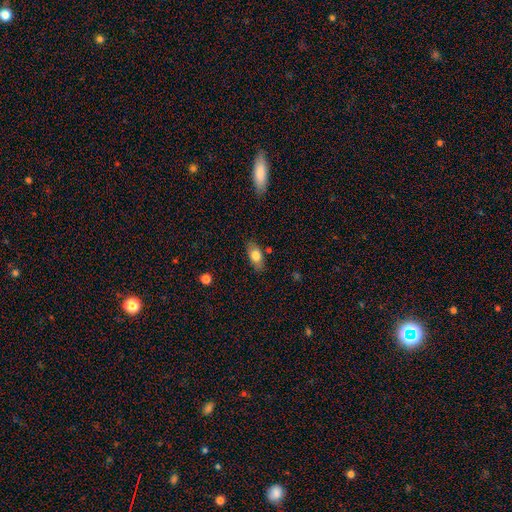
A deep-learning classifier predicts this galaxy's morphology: smooth-or-featured: smooth: 76% | featured or disk: 17% | star or artifact: 7%
  how-rounded: in between: 87% | cigar-shaped: 7% | round: 6%
  merging: none: 81% | minor disturbance: 14% | major disturbance: 3% | merger: 2%